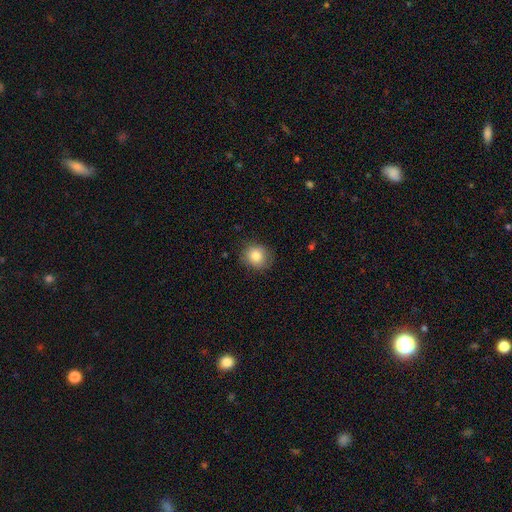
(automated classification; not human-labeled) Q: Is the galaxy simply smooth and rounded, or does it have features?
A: smooth — 83%.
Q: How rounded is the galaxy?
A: round — 81%.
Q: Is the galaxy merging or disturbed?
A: none — 82%.